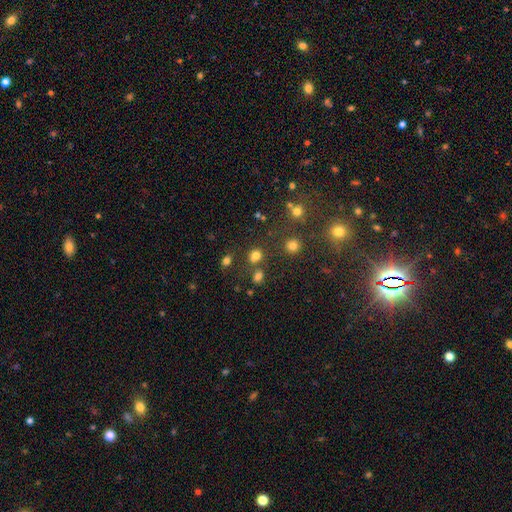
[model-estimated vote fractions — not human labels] smooth 74%, star or artifact 20%, featured or disk 7%. Down the decision tree: how rounded — round (70%); merging — none (67%).